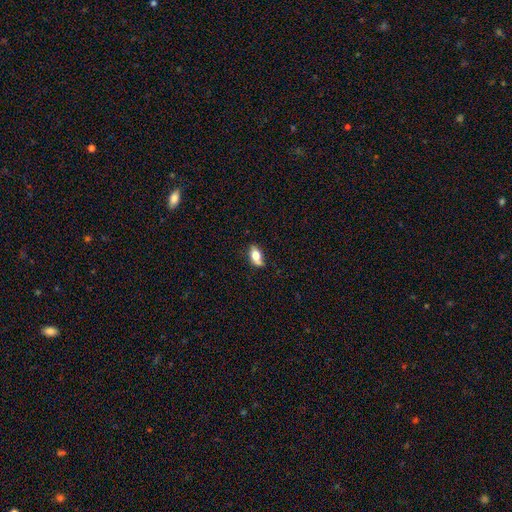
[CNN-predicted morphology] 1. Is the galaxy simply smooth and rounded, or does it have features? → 66% smooth, 26% featured or disk, 8% star or artifact.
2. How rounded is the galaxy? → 84% in between, 8% cigar-shaped, 8% round.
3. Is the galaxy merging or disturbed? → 61% none, 26% minor disturbance, 8% major disturbance, 6% merger.